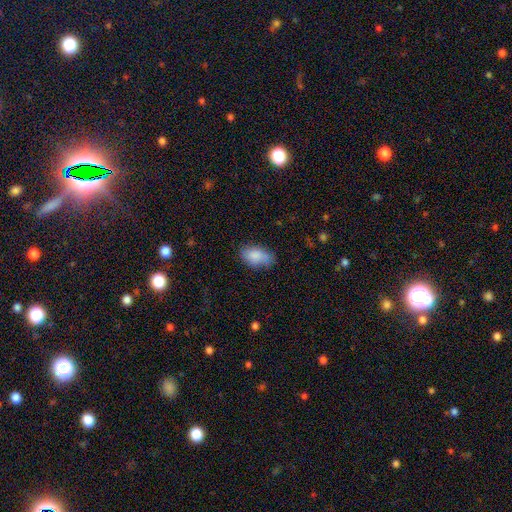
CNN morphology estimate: smooth 85%, featured or disk 8%, star or artifact 7%. Down the decision tree: how rounded — in between (93%); merging — none (68%).